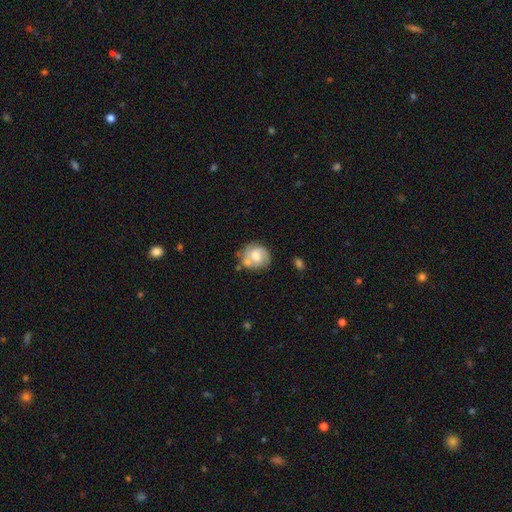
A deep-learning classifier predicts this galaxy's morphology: featured or disk 52%, smooth 40%, star or artifact 7%. Down the decision tree: edge-on disk — no (97%); bar — no (57%); spiral arms — yes (80%); bulge size — moderate (57%); merging — none (59%).